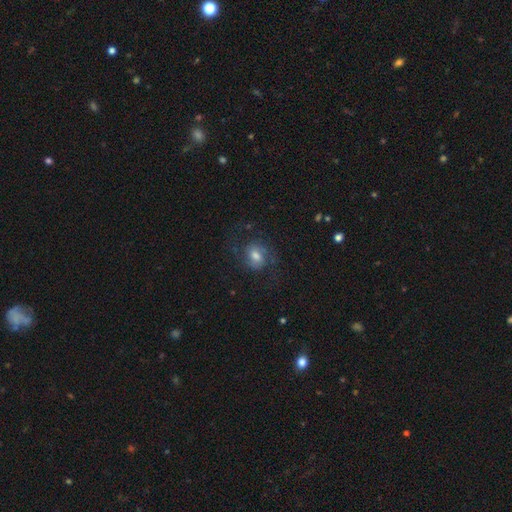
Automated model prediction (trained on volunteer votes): The model was most divided on "bar": no: 52%, weak: 40%, strong: 9%. More confident: edge-on disk — no (97%); spiral arms — yes (86%); merging — none (65%); bulge size — moderate (60%); smooth or featured — featured or disk (54%).